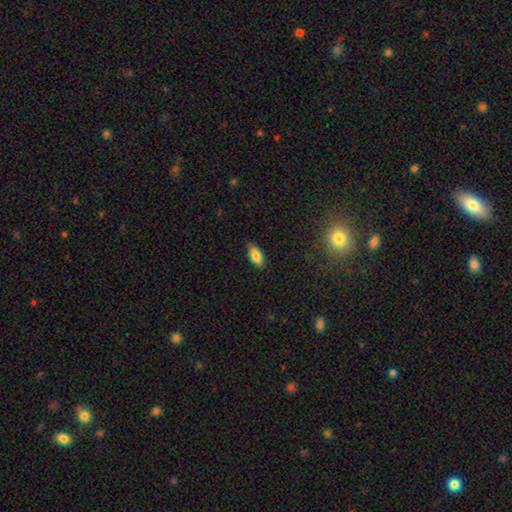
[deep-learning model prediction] smooth 83%, featured or disk 9%, star or artifact 7%. Down the decision tree: how rounded — in between (84%); merging — none (84%).